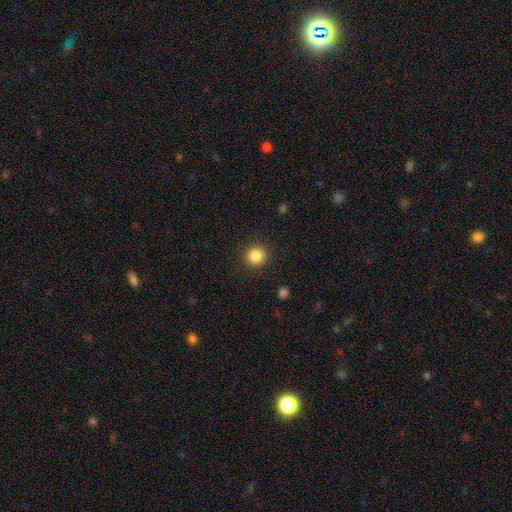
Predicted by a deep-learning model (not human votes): A smooth galaxy with no disk features (85%) that is round (94%).

Vote fractions:
- Smooth or featured? smooth: 85% / star or artifact: 11% / featured or disk: 4%
- How rounded? round: 94% / in between: 5% / cigar-shaped: 1%
- Merging? none: 91% / minor disturbance: 6% / major disturbance: 2% / merger: 1%